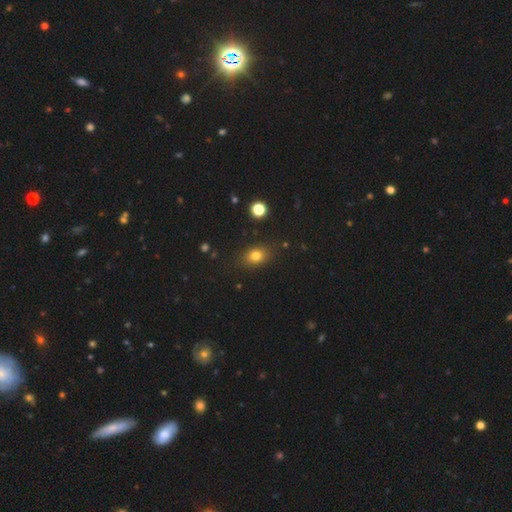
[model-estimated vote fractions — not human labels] A smooth galaxy with no disk features (79%) that is in between round and cigar-shaped (63%).

Vote fractions:
- Smooth or featured? smooth: 79% / star or artifact: 13% / featured or disk: 8%
- How rounded? in between: 63% / round: 35% / cigar-shaped: 2%
- Merging? none: 84% / minor disturbance: 11% / major disturbance: 3% / merger: 2%